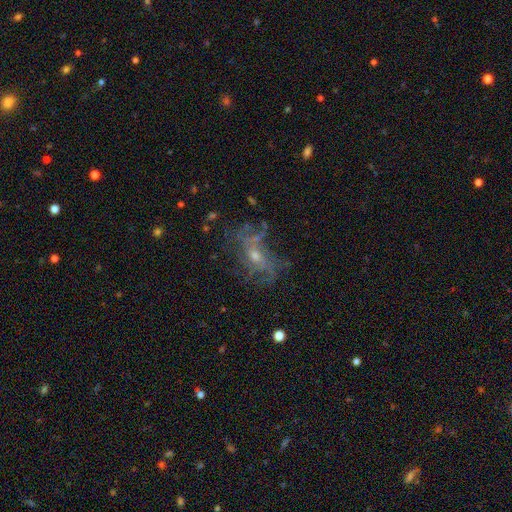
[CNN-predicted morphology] This is likely a featured or disk galaxy (67%). It is clearly not viewed edge-on (94%). Bar: likely no (69%). Spiral arm pattern: likely yes (60%). Central bulge: possibly moderate (47%). Merging: possibly none (50%).